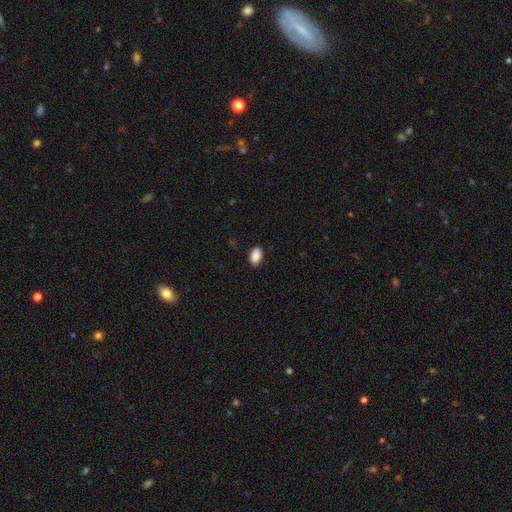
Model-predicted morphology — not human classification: A smooth galaxy with no disk features (90%) that is in between round and cigar-shaped (90%). Merging: none (89%).